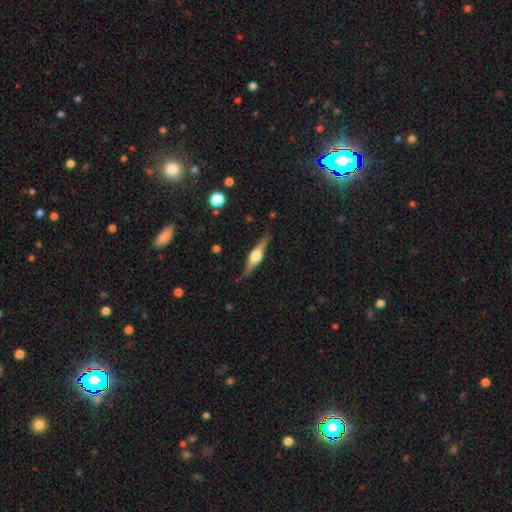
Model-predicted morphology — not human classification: Overall: featured or disk (74%). Edge-on disk: yes (97%). Edge-on bulge: rounded (92%). Merging: none (87%).